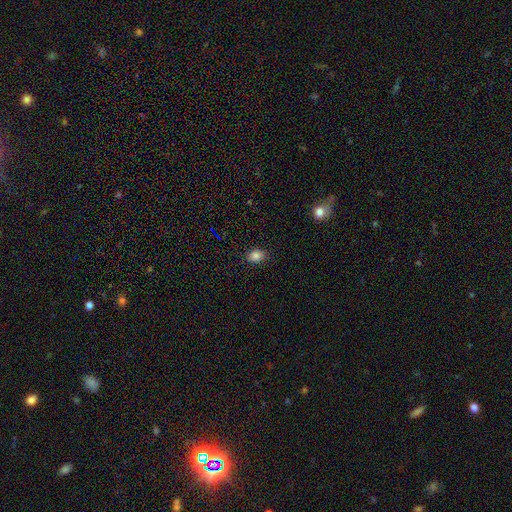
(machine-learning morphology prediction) Smooth or featured? Predicted: smooth (p=0.83). How rounded? Predicted: in between (p=0.73). Merging? Predicted: none (p=0.86).